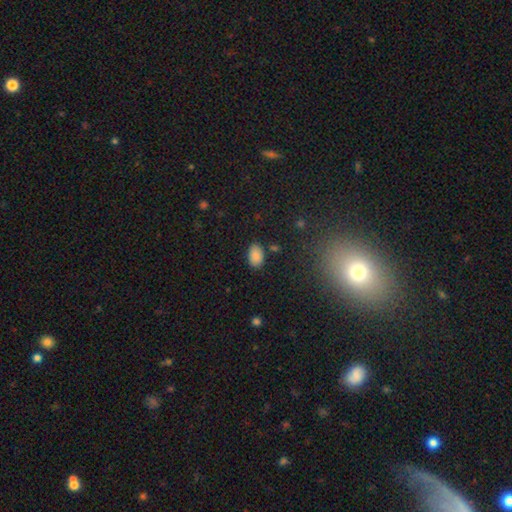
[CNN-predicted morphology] Q: Smooth or featured?
A: smooth (87%); runner-up: star or artifact (9%)
Q: How rounded?
A: in between (91%); runner-up: round (8%)
Q: Merging?
A: none (82%); runner-up: minor disturbance (12%)